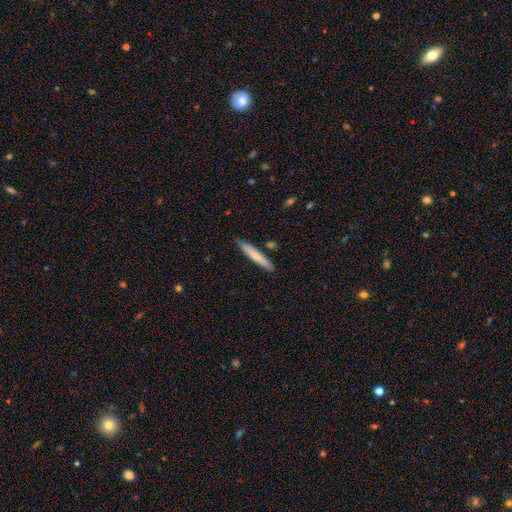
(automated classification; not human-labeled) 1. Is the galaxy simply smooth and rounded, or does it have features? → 69% smooth, 26% featured or disk, 5% star or artifact.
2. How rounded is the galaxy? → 94% cigar-shaped, 5% in between, 1% round.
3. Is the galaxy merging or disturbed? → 85% none, 10% minor disturbance, 3% merger, 2% major disturbance.